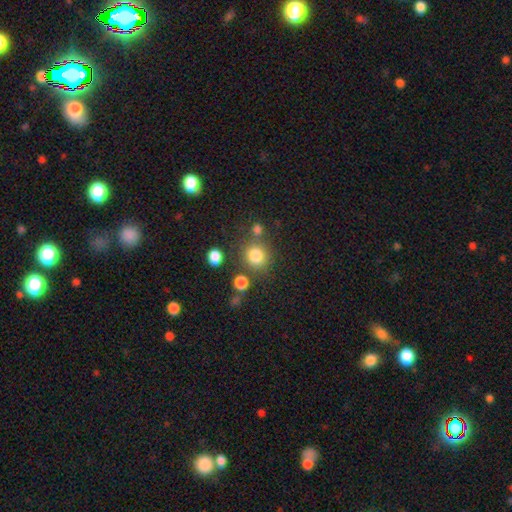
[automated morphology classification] smooth-or-featured: smooth: 81% | star or artifact: 13% | featured or disk: 7%
  how-rounded: round: 88% | in between: 11% | cigar-shaped: 1%
  merging: none: 74% | merger: 11% | minor disturbance: 10% | major disturbance: 5%